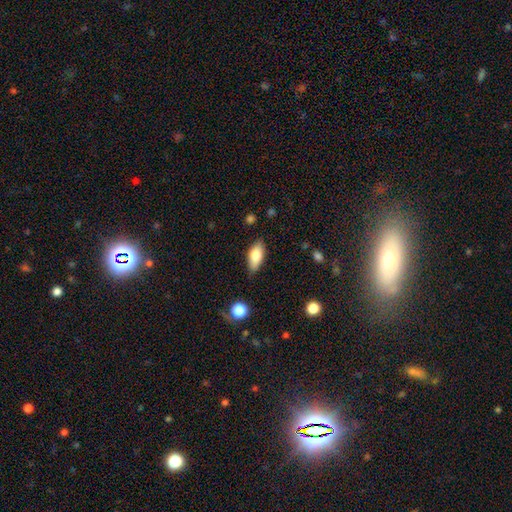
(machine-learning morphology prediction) The model was most divided on "merging": none: 80%, minor disturbance: 15%, major disturbance: 3%, merger: 2%. More confident: how rounded — in between (85%); smooth or featured — smooth (81%).